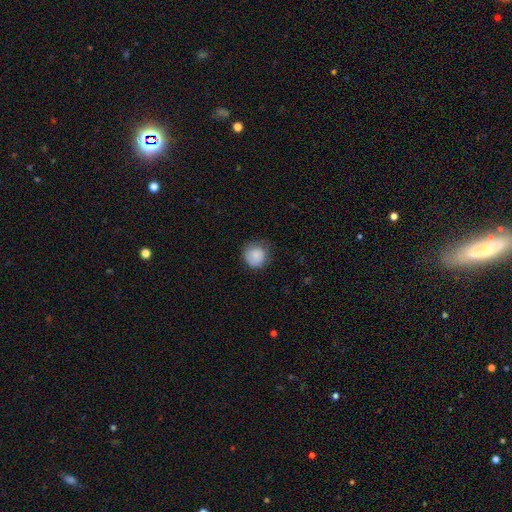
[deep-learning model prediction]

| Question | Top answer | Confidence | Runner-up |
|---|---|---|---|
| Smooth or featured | smooth | 83% | featured or disk (9%) |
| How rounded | round | 89% | in between (10%) |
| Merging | none | 68% | minor disturbance (24%) |